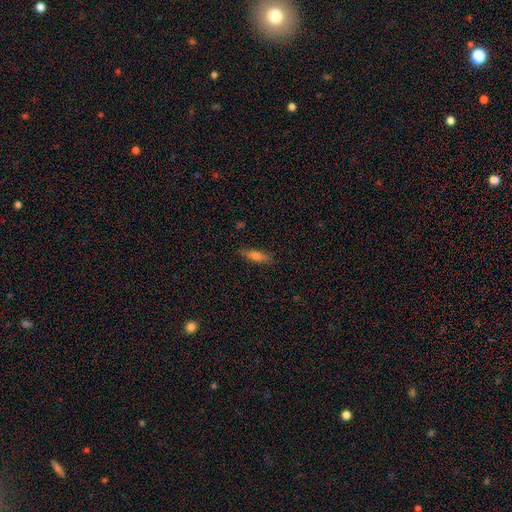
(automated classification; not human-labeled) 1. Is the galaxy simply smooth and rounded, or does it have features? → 58% smooth, 33% featured or disk, 9% star or artifact.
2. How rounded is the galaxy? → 65% cigar-shaped, 32% in between, 3% round.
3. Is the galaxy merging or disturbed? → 85% none, 11% minor disturbance, 2% major disturbance, 1% merger.